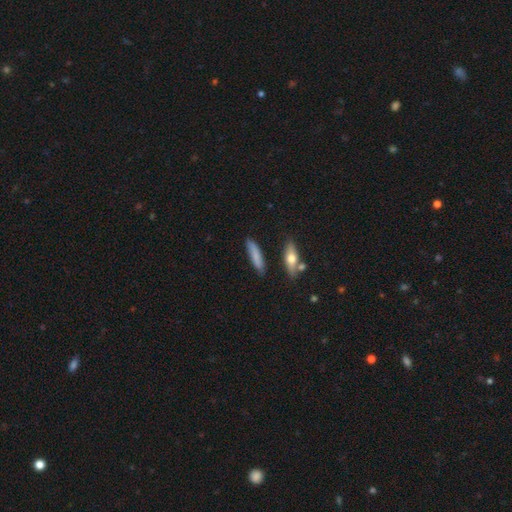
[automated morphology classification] smooth 77%, featured or disk 16%, star or artifact 7%. Down the decision tree: how rounded — cigar-shaped (75%); merging — none (80%).